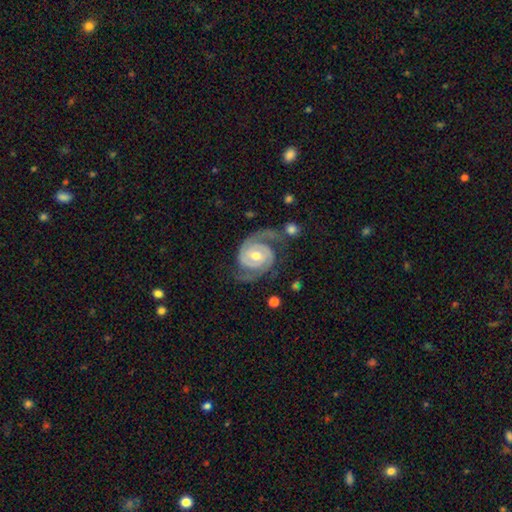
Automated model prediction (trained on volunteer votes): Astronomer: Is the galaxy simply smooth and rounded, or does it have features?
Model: featured or disk — 92%.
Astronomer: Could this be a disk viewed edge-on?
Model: no — 98%.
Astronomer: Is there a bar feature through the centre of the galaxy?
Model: no — 54% (runner-up: weak, 34%).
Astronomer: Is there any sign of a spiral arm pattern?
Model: yes — 98%.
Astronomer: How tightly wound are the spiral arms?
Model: tight — 54% (runner-up: medium, 37%).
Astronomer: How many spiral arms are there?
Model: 2 — 86%.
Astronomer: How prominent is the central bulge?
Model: moderate — 70%.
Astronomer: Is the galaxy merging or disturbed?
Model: none — 67%.